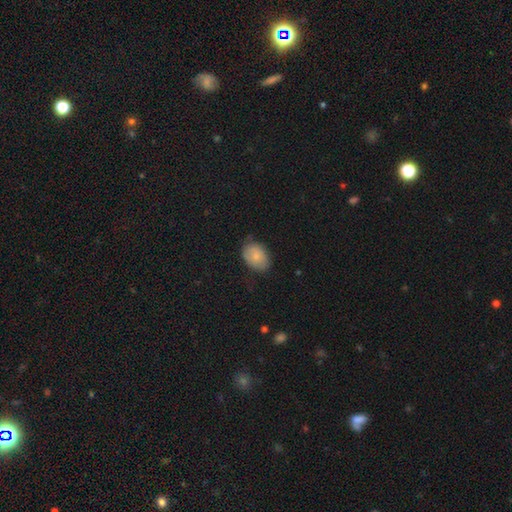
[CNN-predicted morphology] smooth-or-featured: smooth: 76% | featured or disk: 17% | star or artifact: 7%
  how-rounded: in between: 81% | round: 18% | cigar-shaped: 1%
  merging: none: 71% | minor disturbance: 23% | major disturbance: 5% | merger: 1%